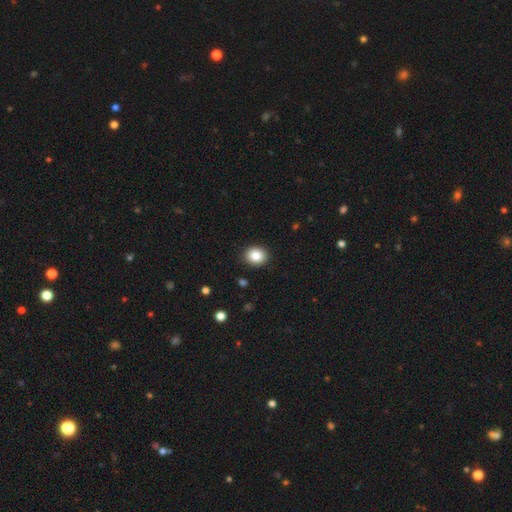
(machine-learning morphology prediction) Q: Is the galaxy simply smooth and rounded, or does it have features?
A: smooth — 86%.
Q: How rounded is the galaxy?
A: round — 69%.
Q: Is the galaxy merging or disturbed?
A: none — 90%.